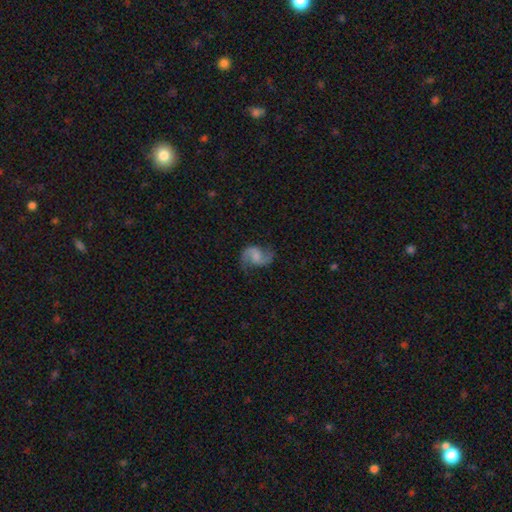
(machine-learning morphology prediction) featured or disk 83%, smooth 11%, star or artifact 6%. Down the decision tree: edge-on disk — no (98%); bar — no (46%); spiral arms — yes (97%); spiral arm count — 2 (93%); spiral winding — loose (46%); bulge size — none (43%); merging — none (75%).